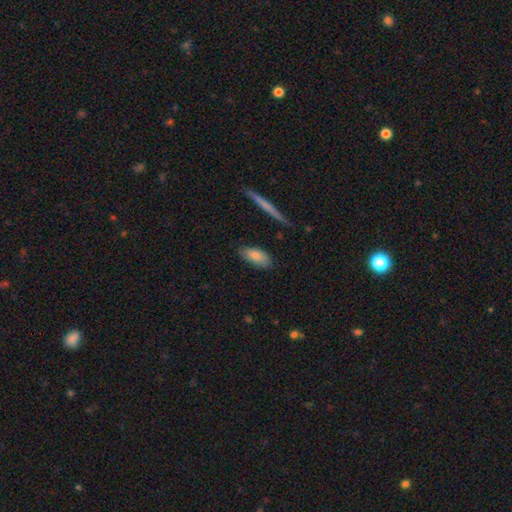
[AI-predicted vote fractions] A smooth galaxy with no disk features (81%) that is in between round and cigar-shaped (85%). Merging: none (78%).